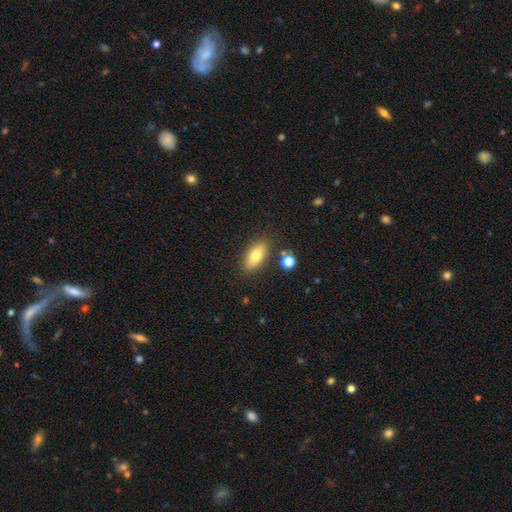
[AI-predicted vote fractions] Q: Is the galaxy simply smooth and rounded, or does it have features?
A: smooth — 75%.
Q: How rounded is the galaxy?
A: in between — 85%.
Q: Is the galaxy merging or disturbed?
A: none — 83%.